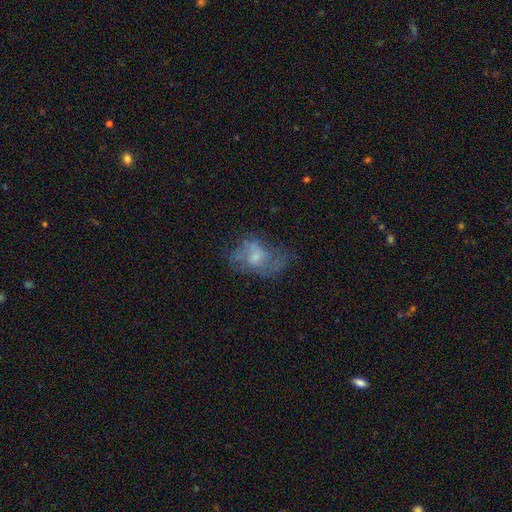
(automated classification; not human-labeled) Smooth or featured? featured or disk (55%)
Edge-on disk? no (97%)
Bar? no (64%)
Spiral arms? no (50%, tied with yes)
Bulge size? small (42%)
Merging? none (40%)